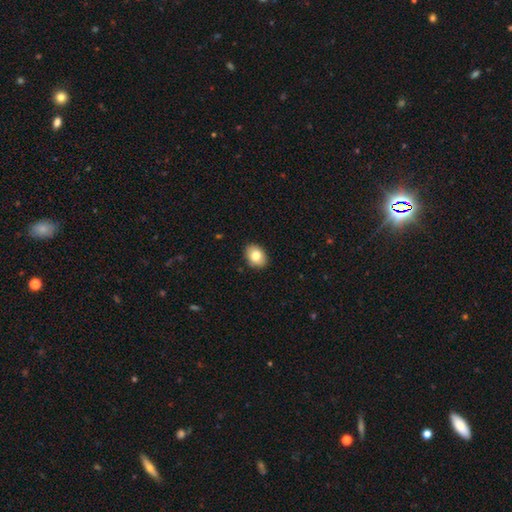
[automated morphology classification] Smooth or featured? Predicted: smooth (p=0.80). How rounded? Predicted: in between (p=0.73). Merging? Predicted: none (p=0.88).